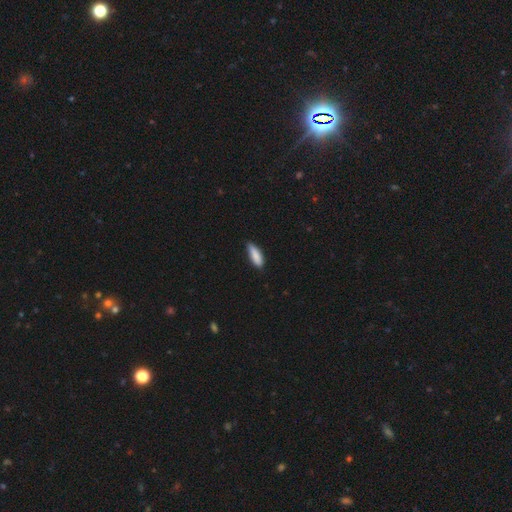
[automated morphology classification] Overall: smooth (87%). How rounded: cigar-shaped (50%; in between 48%). Merging: none (76%).